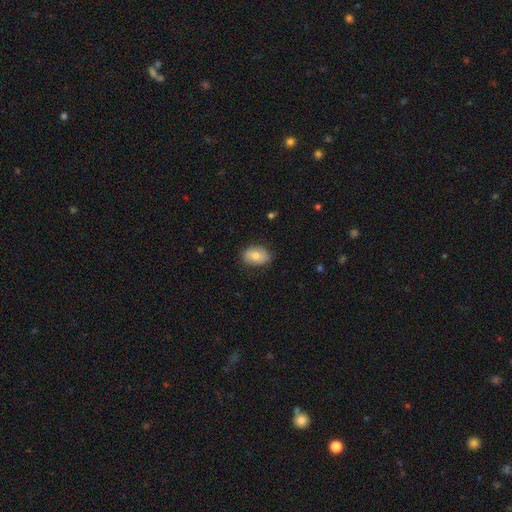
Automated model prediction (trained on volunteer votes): Q: Smooth or featured?
A: smooth (72%); runner-up: featured or disk (20%)
Q: How rounded?
A: in between (82%); runner-up: round (17%)
Q: Merging?
A: none (78%); runner-up: minor disturbance (17%)